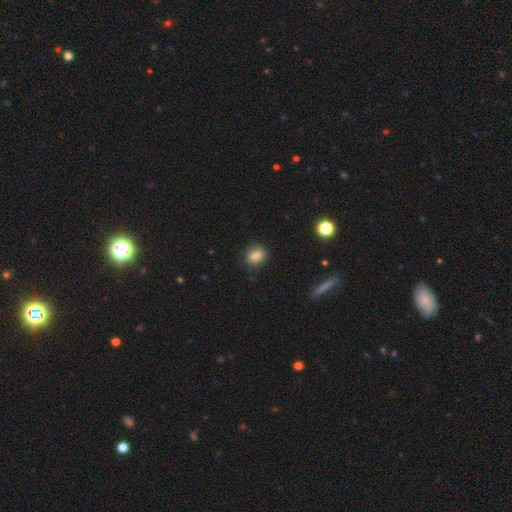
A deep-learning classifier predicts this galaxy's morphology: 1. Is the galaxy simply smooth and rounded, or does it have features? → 80% smooth, 10% star or artifact, 9% featured or disk.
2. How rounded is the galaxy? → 60% round, 38% in between, 2% cigar-shaped.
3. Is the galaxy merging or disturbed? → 82% none, 13% minor disturbance, 3% major disturbance, 1% merger.